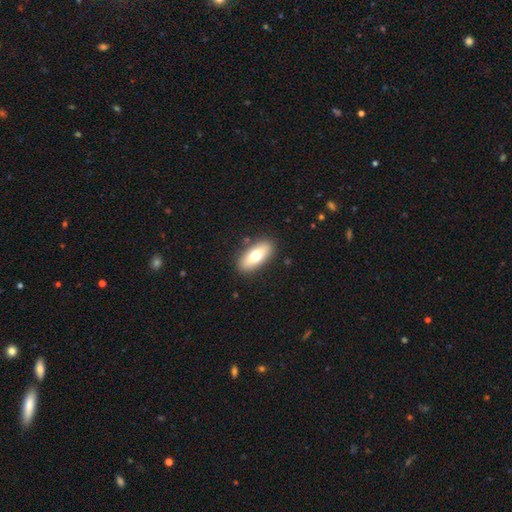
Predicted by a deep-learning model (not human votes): Smooth or featured? smooth (69%)
How rounded? in between (84%)
Merging? none (88%)